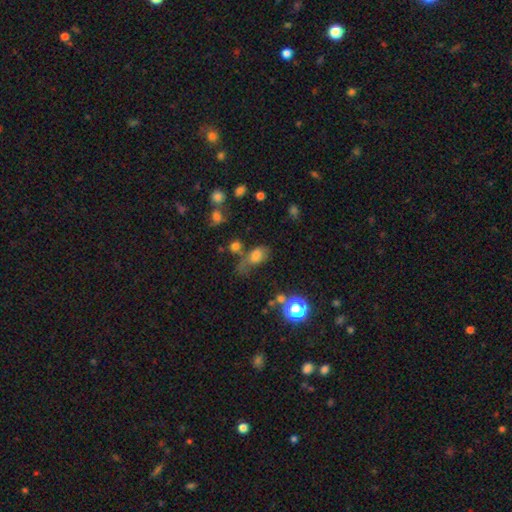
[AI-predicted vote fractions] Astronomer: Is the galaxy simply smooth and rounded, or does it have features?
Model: smooth — 71%.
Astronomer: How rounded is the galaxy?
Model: in between — 79%.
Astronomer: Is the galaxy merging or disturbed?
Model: none — 37% (runner-up: minor disturbance, 26%).